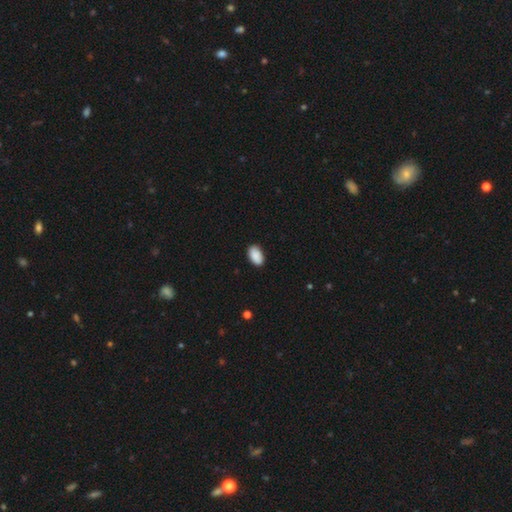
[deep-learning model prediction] Smooth or featured?
  - smooth: 91% *
  - star or artifact: 6%
  - featured or disk: 3%
How rounded?
  - in between: 94% *
  - round: 4%
  - cigar-shaped: 1%
Merging?
  - none: 88% *
  - minor disturbance: 9%
  - major disturbance: 2%
  - merger: 1%